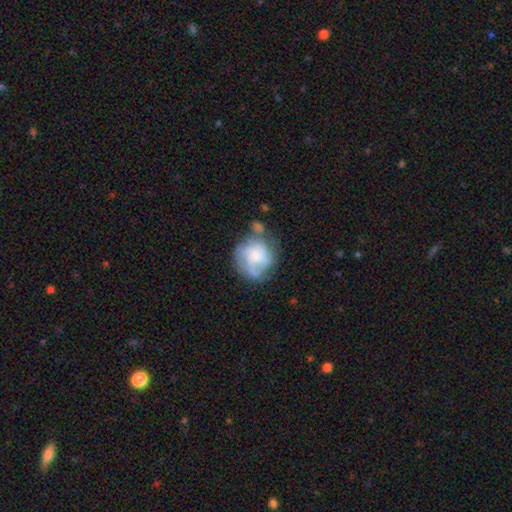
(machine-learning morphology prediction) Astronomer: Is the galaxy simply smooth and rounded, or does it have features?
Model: featured or disk — 51% (runner-up: smooth, 41%).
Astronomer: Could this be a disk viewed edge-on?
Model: no — 98%.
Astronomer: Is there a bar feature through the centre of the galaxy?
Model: no — 75%.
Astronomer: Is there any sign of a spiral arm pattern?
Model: yes — 69%.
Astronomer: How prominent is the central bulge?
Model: small — 35% (runner-up: moderate, 33%).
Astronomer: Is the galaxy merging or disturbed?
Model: none — 45% (runner-up: minor disturbance, 25%).